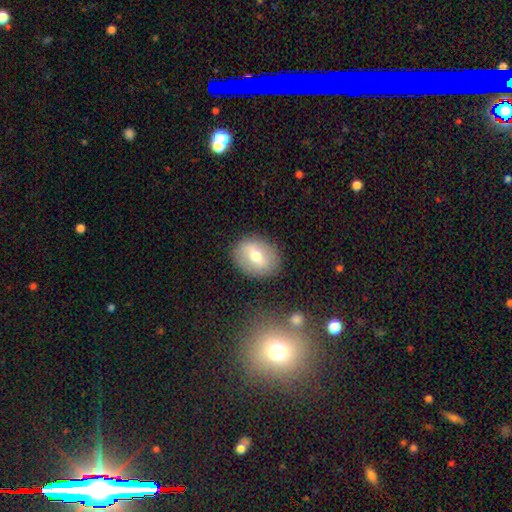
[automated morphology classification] smooth 58%, featured or disk 33%, star or artifact 8%. Down the decision tree: how rounded — in between (54%); merging — none (85%).